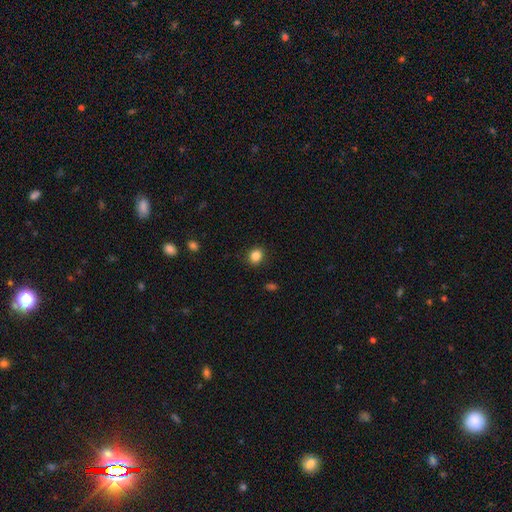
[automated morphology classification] Overall: smooth (85%). How rounded: round (71%). Merging: none (88%).